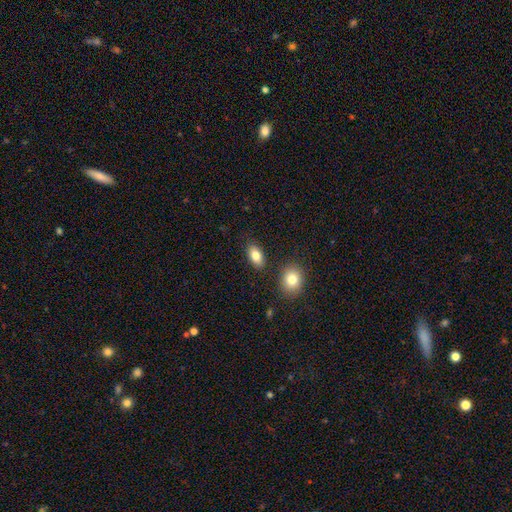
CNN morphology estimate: Smooth or featured?
  - smooth: 82% *
  - featured or disk: 10%
  - star or artifact: 8%
How rounded?
  - in between: 90% *
  - round: 7%
  - cigar-shaped: 3%
Merging?
  - none: 84% *
  - minor disturbance: 9%
  - merger: 5%
  - major disturbance: 2%